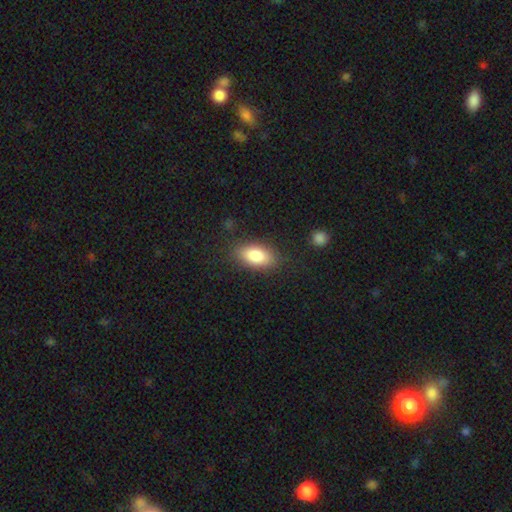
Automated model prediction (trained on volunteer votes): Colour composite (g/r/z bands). It shows a smooth galaxy with no disk features (84%) that is in between round and cigar-shaped (90%). Merging: none (84%).